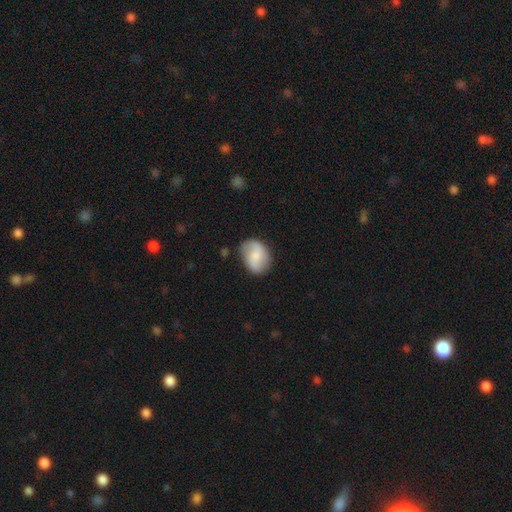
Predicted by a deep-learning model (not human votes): Smooth or featured? Predicted: smooth (p=0.53). How rounded? Predicted: in between (p=0.65). Merging? Predicted: none (p=0.73).